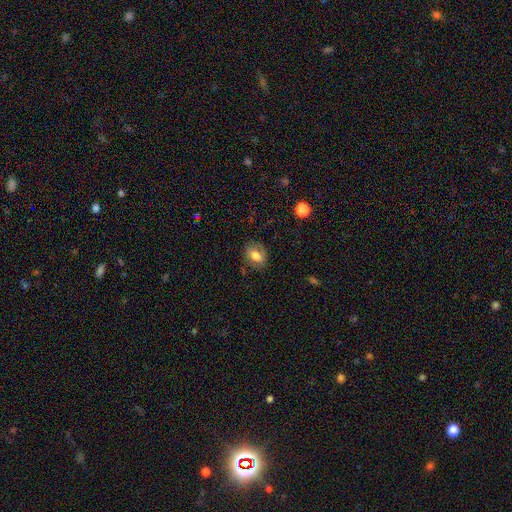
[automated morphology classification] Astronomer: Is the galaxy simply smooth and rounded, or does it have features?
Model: smooth — 67%.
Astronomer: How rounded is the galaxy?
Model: in between — 64%.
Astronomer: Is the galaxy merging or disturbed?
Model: none — 72%.